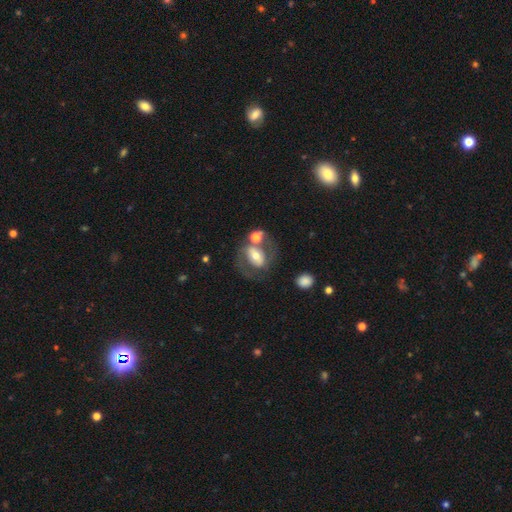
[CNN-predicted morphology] Smooth or featured?
  - featured or disk: 59% *
  - smooth: 33%
  - star or artifact: 8%
Edge-on disk?
  - no: 94% *
  - yes: 6%
Bar?
  - no: 37% *
  - strong: 34%
  - weak: 29%
Spiral arms?
  - yes: 54% *
  - no: 46%
Bulge size?
  - moderate: 64% *
  - small: 22%
  - large: 11%
  - dominant: 2%
  - none: 2%
Merging?
  - none: 48% *
  - merger: 23%
  - minor disturbance: 15%
  - major disturbance: 14%